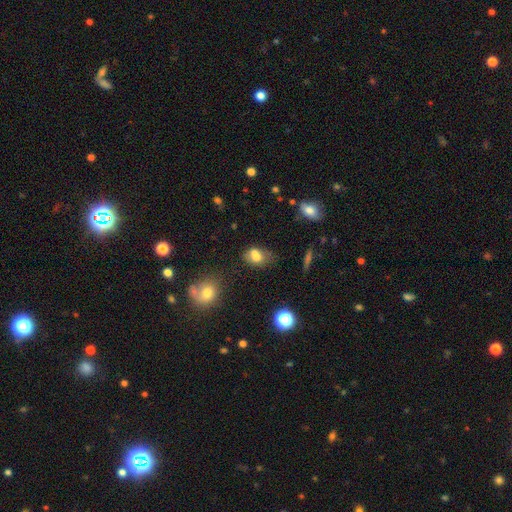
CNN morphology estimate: Q: Smooth or featured?
A: smooth (69%); runner-up: featured or disk (16%)
Q: How rounded?
A: in between (69%); runner-up: round (29%)
Q: Merging?
A: none (39%); runner-up: merger (35%)